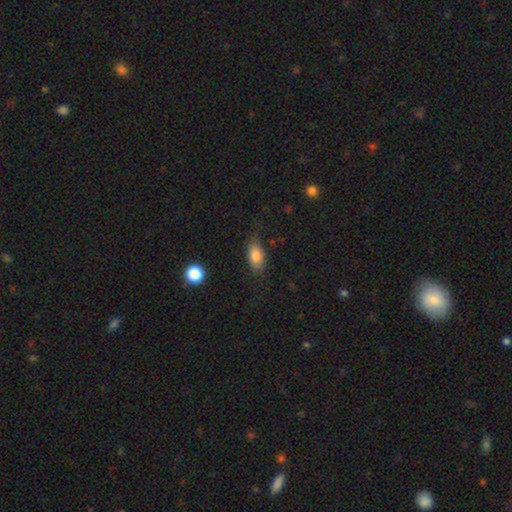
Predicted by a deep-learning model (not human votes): smooth 83%, featured or disk 8%, star or artifact 8%. Down the decision tree: how rounded — in between (88%); merging — none (76%).